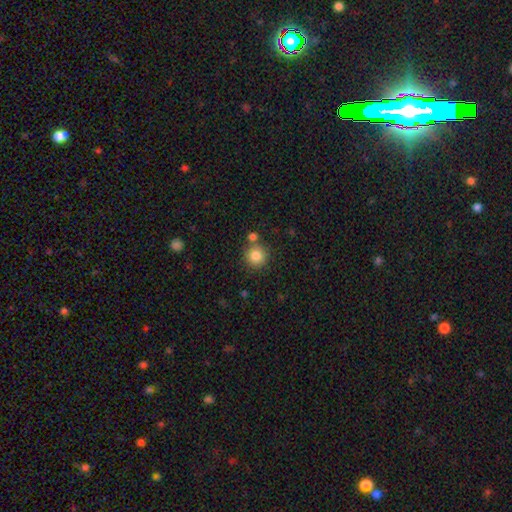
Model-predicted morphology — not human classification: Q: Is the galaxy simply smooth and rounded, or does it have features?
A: smooth — 84%.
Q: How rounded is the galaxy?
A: round — 93%.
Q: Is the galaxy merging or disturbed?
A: none — 75%.